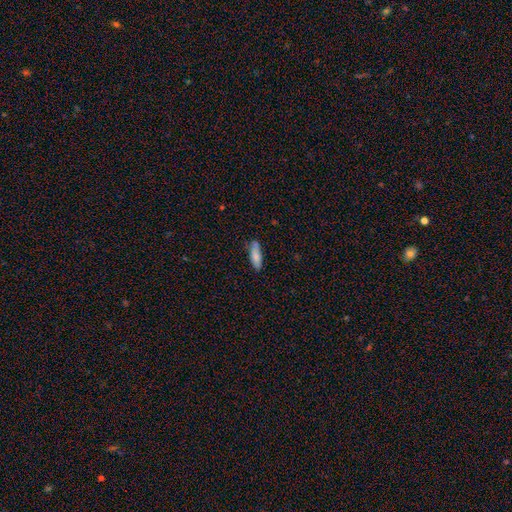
A smooth galaxy with no disk features (85%) that is cigar-shaped (64%).

Vote fractions:
- Smooth or featured? smooth: 85% / featured or disk: 8% / star or artifact: 8%
- How rounded? cigar-shaped: 64% / in between: 36% / round: 0%
- Merging? none: 94% / minor disturbance: 6% / major disturbance: 0% / merger: 0%